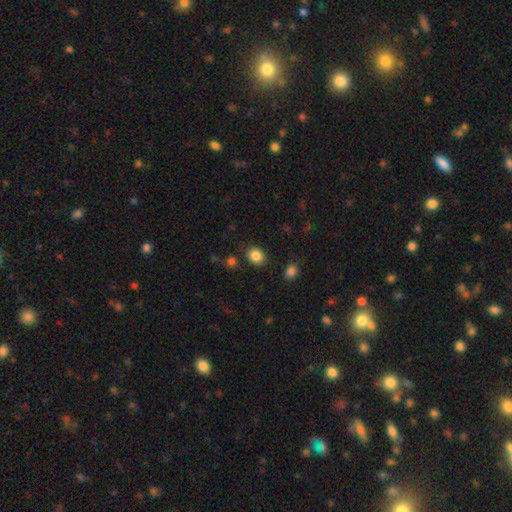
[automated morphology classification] Overall: smooth (86%). How rounded: round (55%; in between 44%). Merging: none (83%).